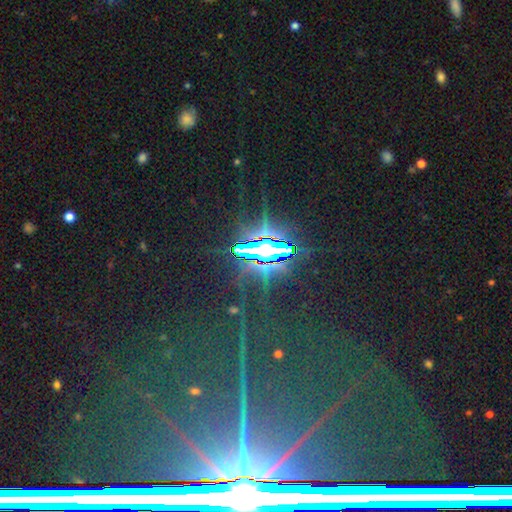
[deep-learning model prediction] Smooth or featured? star or artifact (84%)